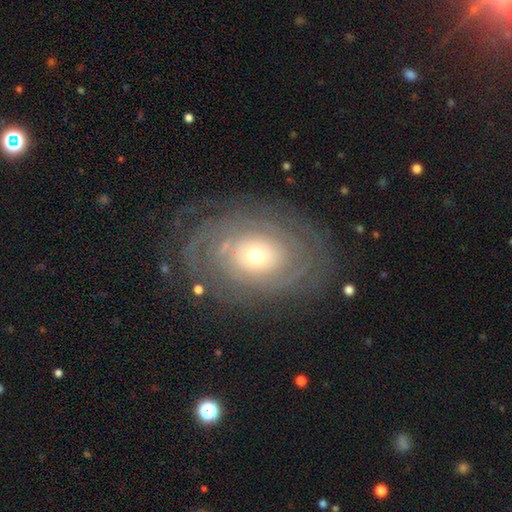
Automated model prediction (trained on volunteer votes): A featured or disk galaxy (80%) with no bar (84%), tight (80%) spiral arms (87%) and a moderate central bulge (46%, tied with small). Merging: none (78%).